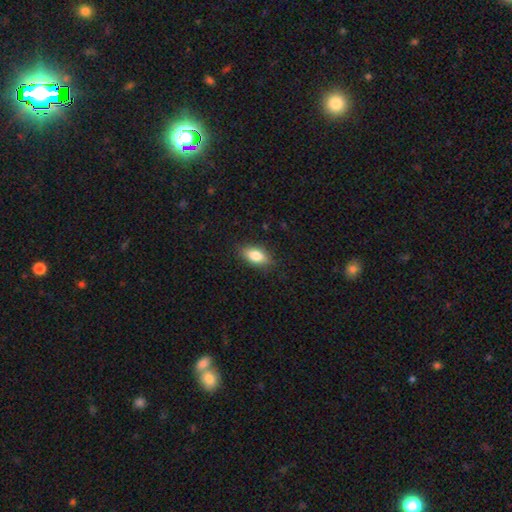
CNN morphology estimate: This is clearly a smooth galaxy (81%). How rounded: clearly in between (86%). Merging: clearly none (86%).